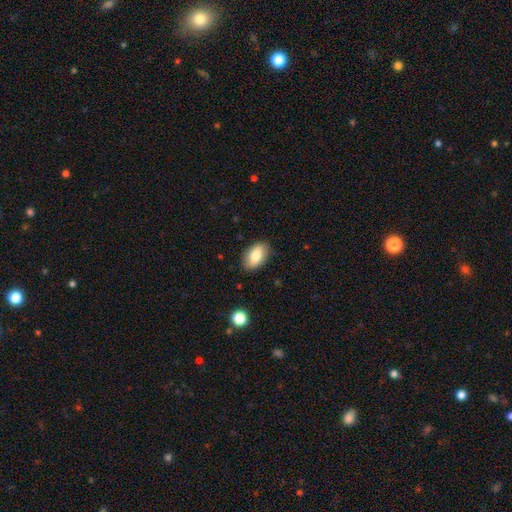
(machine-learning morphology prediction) A smooth galaxy with no disk features (78%) that is in between round and cigar-shaped (91%). Merging: none (85%).